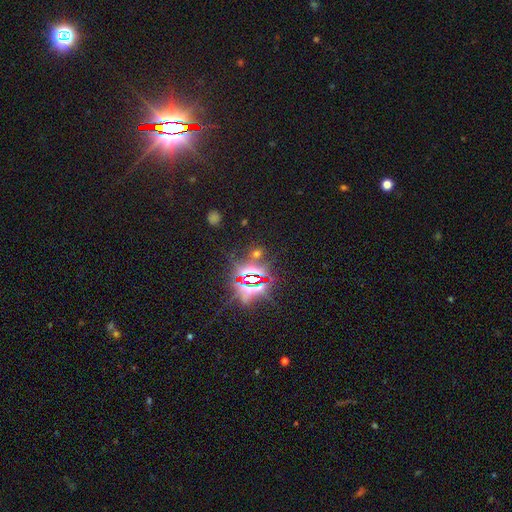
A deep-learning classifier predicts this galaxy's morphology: type=star or artifact (84%).